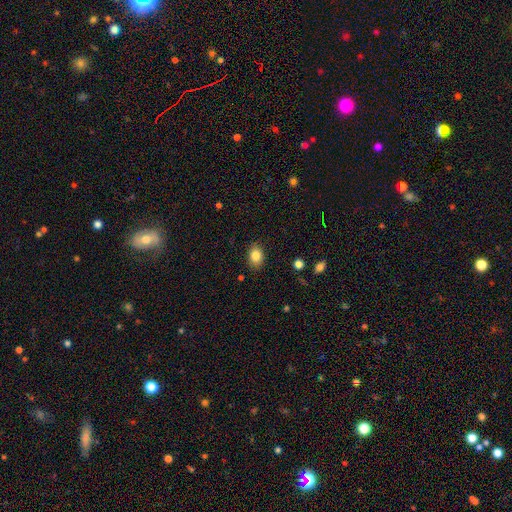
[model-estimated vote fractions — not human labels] Smooth or featured? Predicted: smooth (p=0.83). How rounded? Predicted: in between (p=0.75). Merging? Predicted: none (p=0.86).